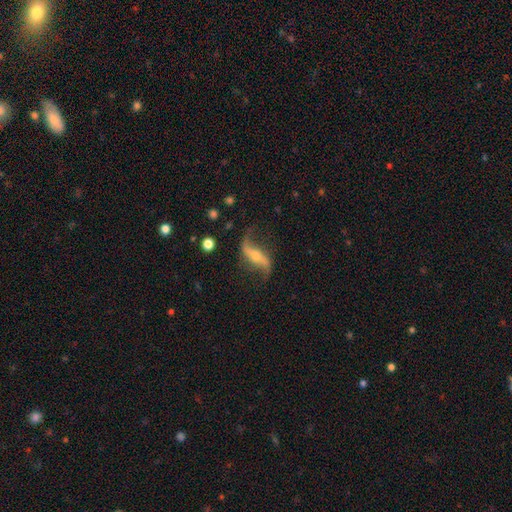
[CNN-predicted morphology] Smooth or featured: featured or disk — 84% (smooth — 10%)
Edge-on disk: no — 88% (yes — 12%)
Bar: strong — 47% (weak — 27%)
Spiral arms: yes — 94% (no — 6%)
Spiral winding: loose — 90% (medium — 7%)
Spiral arm count: 2 — 92% (1 — 4%)
Bulge size: small — 50% (moderate — 39%)
Merging: none — 70% (minor disturbance — 17%)